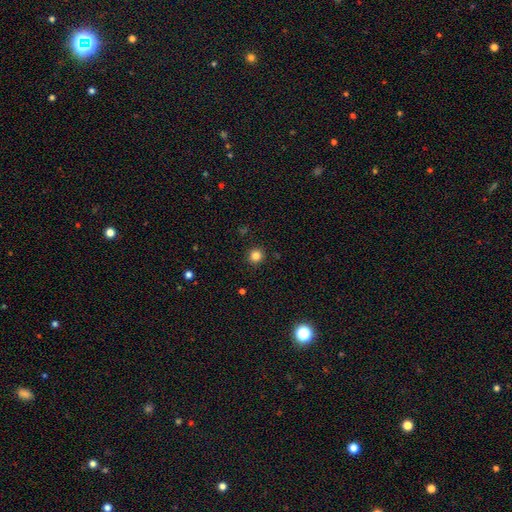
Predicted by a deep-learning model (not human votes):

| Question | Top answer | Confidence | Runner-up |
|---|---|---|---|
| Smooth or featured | smooth | 83% | star or artifact (13%) |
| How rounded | round | 94% | in between (5%) |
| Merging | none | 92% | minor disturbance (5%) |